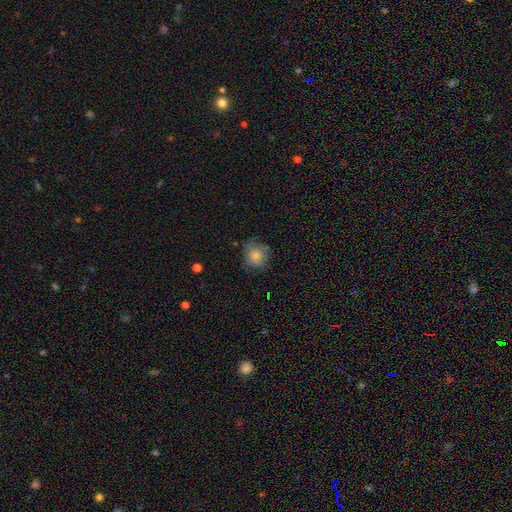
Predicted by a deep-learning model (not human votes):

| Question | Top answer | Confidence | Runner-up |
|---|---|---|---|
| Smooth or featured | smooth | 78% | featured or disk (12%) |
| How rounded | round | 81% | in between (18%) |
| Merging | none | 67% | minor disturbance (24%) |